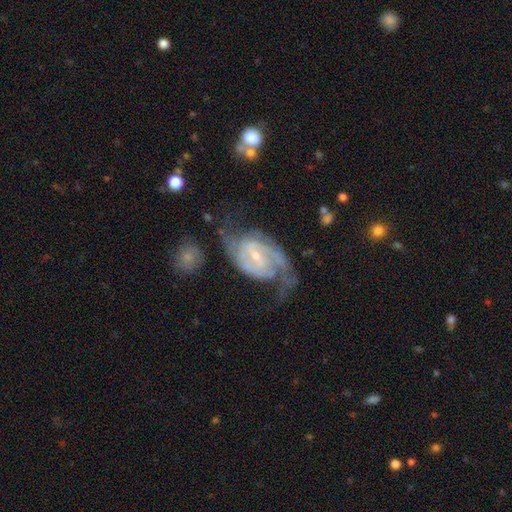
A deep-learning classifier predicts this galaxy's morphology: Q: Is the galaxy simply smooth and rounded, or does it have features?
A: featured or disk — 89%.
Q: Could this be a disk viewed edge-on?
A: no — 97%.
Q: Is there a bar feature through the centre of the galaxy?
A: weak — 48%.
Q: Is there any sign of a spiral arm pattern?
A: yes — 96%.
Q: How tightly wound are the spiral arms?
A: medium — 49%.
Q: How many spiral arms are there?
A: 2 — 84%.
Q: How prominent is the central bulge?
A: small — 66%.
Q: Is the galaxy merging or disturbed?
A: none — 59%.